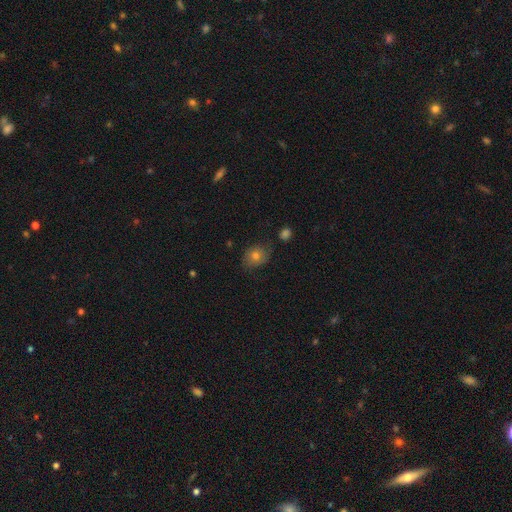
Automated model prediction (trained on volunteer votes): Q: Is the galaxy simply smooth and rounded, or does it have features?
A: smooth — 60%.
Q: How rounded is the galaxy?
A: round — 56%.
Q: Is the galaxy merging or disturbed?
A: none — 69%.